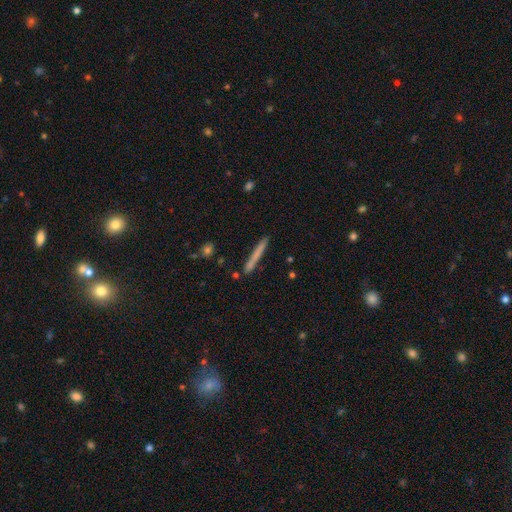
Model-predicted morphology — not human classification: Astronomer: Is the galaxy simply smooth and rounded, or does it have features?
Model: smooth — 64%.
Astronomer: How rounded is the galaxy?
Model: cigar-shaped — 97%.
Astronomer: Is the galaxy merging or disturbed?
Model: none — 88%.